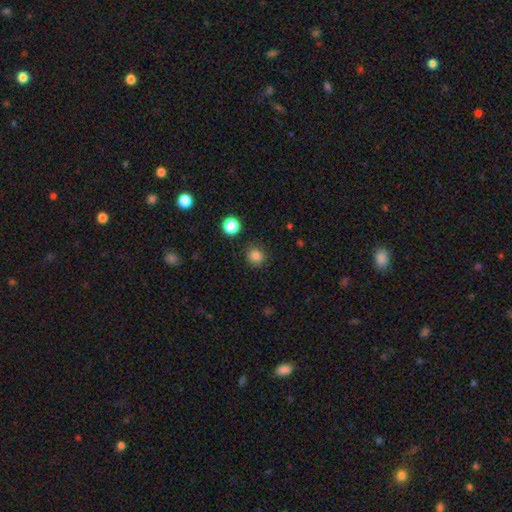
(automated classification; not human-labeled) Smooth or featured? smooth (83%)
How rounded? round (89%)
Merging? none (88%)